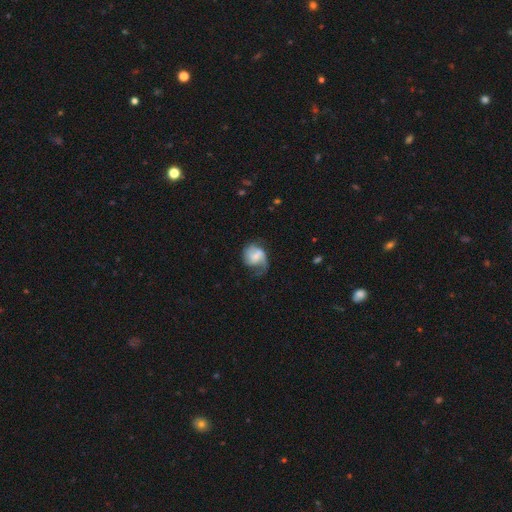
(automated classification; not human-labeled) A featured or disk galaxy (61%) with no bar (53%), 2 (44%) medium (40%, tied with loose) spiral arms (86%) and a small central bulge (39%).

Vote fractions:
- Smooth or featured? featured or disk: 61% / smooth: 31% / star or artifact: 7%
- Edge-on disk? no: 98% / yes: 2%
- Bar? no: 53% / weak: 38% / strong: 9%
- Spiral arms? yes: 86% / no: 14%
- Spiral winding? medium: 40% (tied) / loose: 40% (tied) / tight: 20%
- Spiral arm count? 2: 44% / 1: 38% / can't tell: 11% / 3: 4% / 4: 1% / more than 4: 1%
- Bulge size? small: 39% / moderate: 31% / none: 20% / large: 8% / dominant: 2%
- Merging? none: 38% / major disturbance: 32% / minor disturbance: 27% / merger: 3%